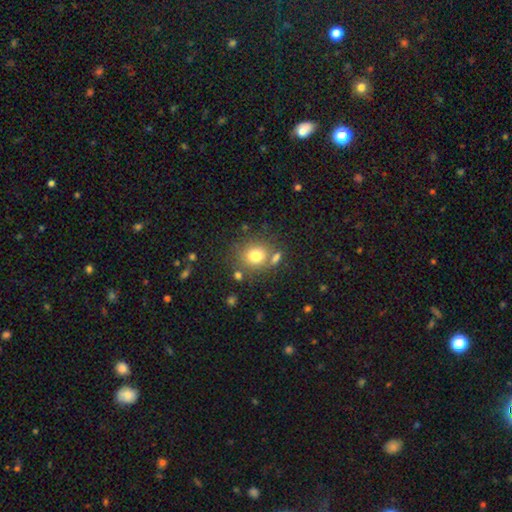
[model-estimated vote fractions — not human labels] smooth 77%, star or artifact 13%, featured or disk 10%. Down the decision tree: how rounded — round (76%); merging — none (68%).